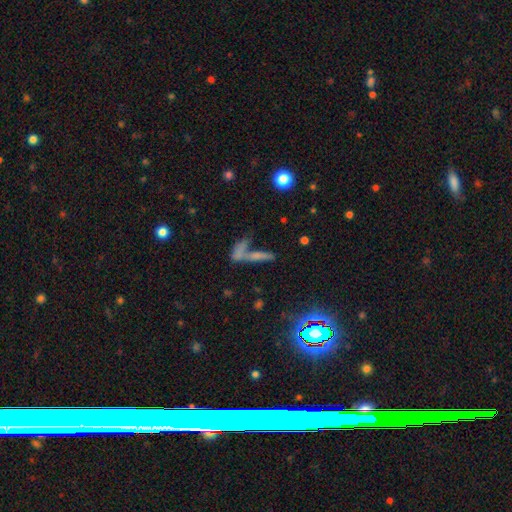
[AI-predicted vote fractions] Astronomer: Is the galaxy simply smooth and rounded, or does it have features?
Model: smooth — 45% (runner-up: star or artifact, 28%).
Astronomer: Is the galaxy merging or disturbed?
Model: merger — 50% (runner-up: none, 32%).